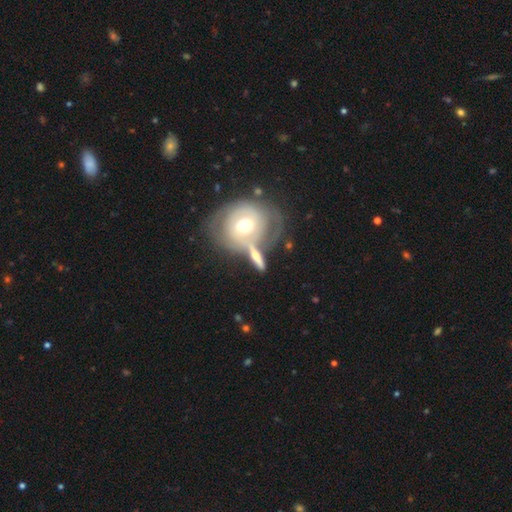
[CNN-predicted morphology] A featured or disk galaxy (50%).

Vote fractions:
- Smooth or featured? featured or disk: 50% / smooth: 44% / star or artifact: 7%
- Merging? none: 40% / merger: 34% / minor disturbance: 16% / major disturbance: 10%